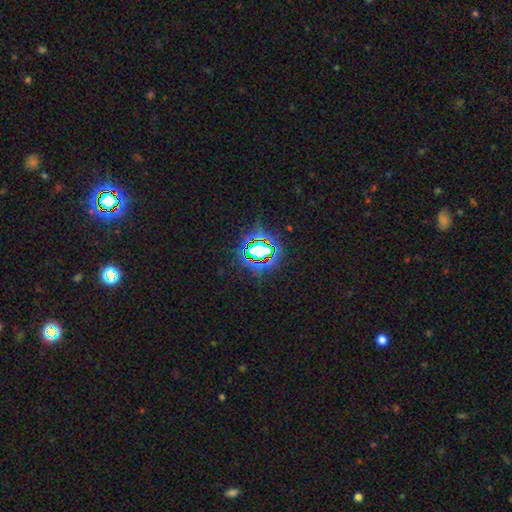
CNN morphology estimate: smooth_or_featured: star or artifact (p=0.71) [alt: smooth p=0.19]